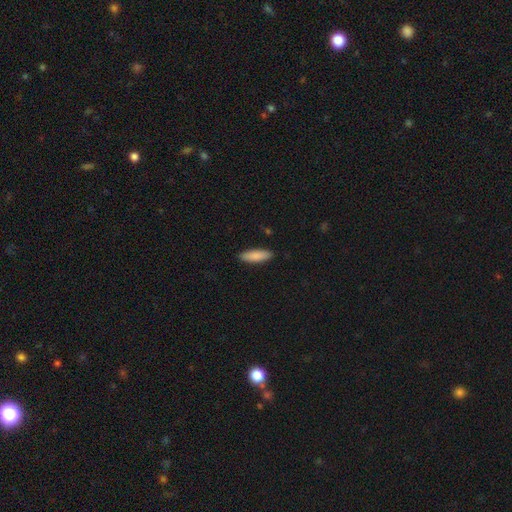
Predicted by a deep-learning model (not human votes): Smooth or featured: smooth — 86% (featured or disk — 8%)
How rounded: cigar-shaped — 55% (in between — 44%)
Merging: none — 90% (minor disturbance — 8%)